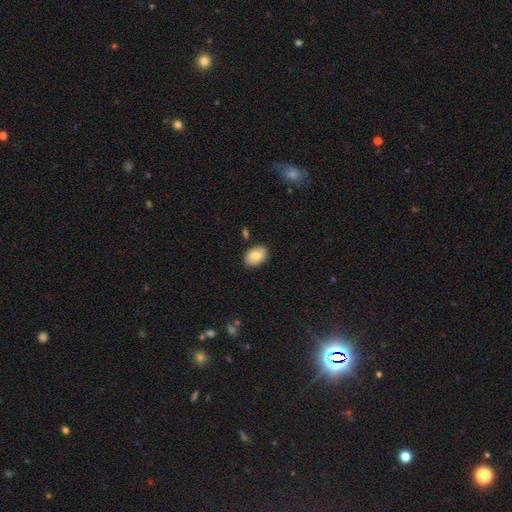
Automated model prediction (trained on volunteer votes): A smooth galaxy with no disk features (80%) that is in between round and cigar-shaped (81%). Merging: none (85%).